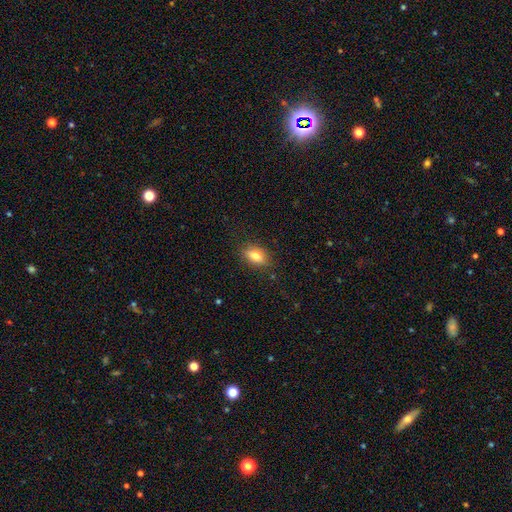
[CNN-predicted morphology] This is likely a smooth galaxy (79%). How rounded: clearly in between (83%). Merging: clearly none (84%).